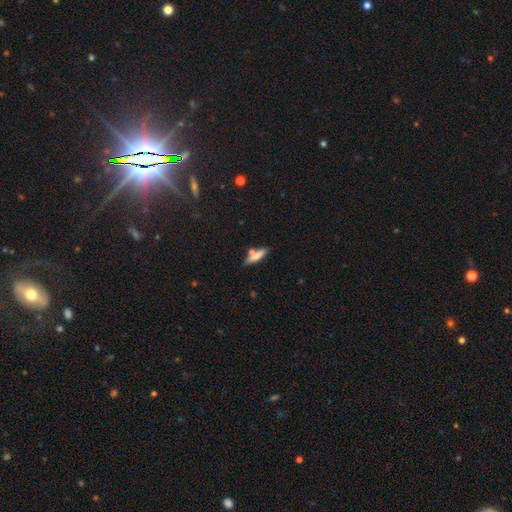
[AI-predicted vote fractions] smooth_or_featured: smooth (p=0.72) [alt: featured or disk p=0.20]
how_rounded: cigar-shaped (p=0.67) [alt: in between p=0.30]
merging: none (p=0.64) [alt: merger p=0.18]